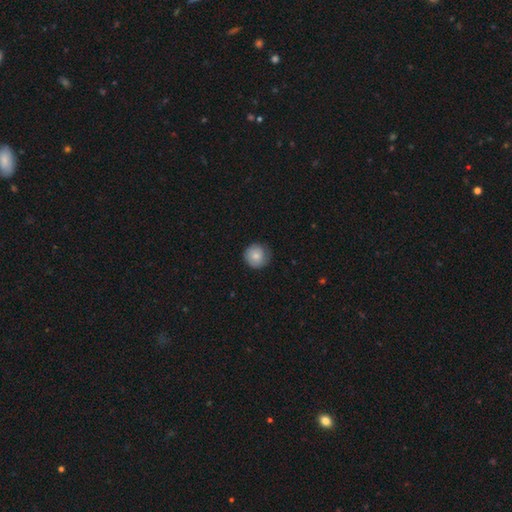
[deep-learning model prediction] This appears to be a smooth galaxy with no disk features (81%) that is round (95%). Merging: none (80%).